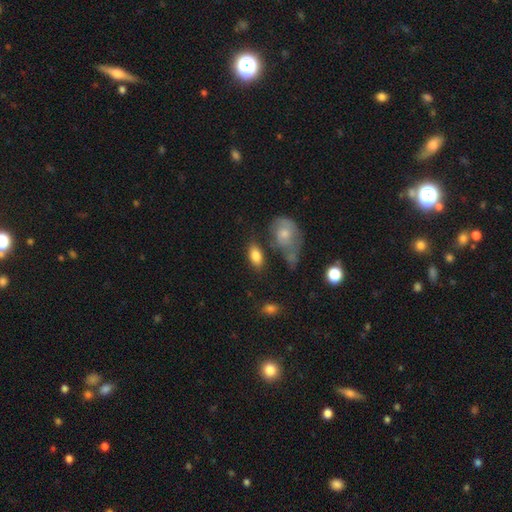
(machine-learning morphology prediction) Smooth or featured? smooth (83%)
How rounded? in between (91%)
Merging? none (67%)